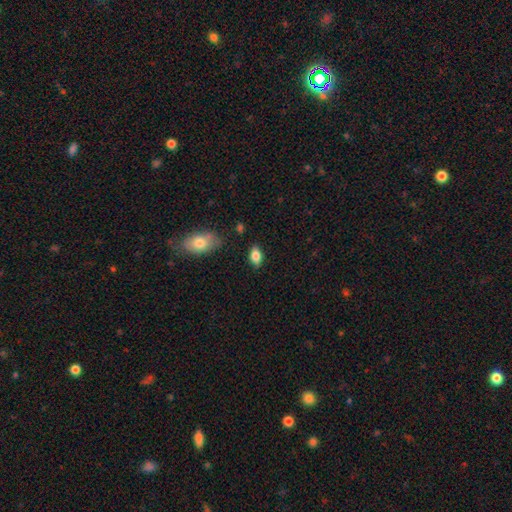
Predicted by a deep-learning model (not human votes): Q: Smooth or featured?
A: smooth (80%); runner-up: featured or disk (12%)
Q: How rounded?
A: in between (88%); runner-up: round (6%)
Q: Merging?
A: none (83%); runner-up: minor disturbance (12%)